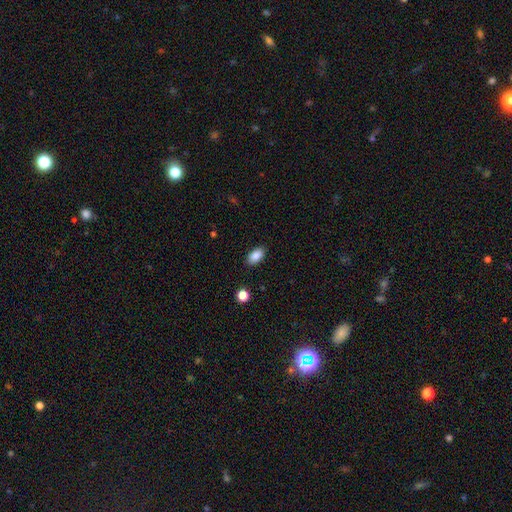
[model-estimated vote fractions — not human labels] smooth 87%, star or artifact 8%, featured or disk 5%. Down the decision tree: how rounded — in between (92%); merging — none (88%).